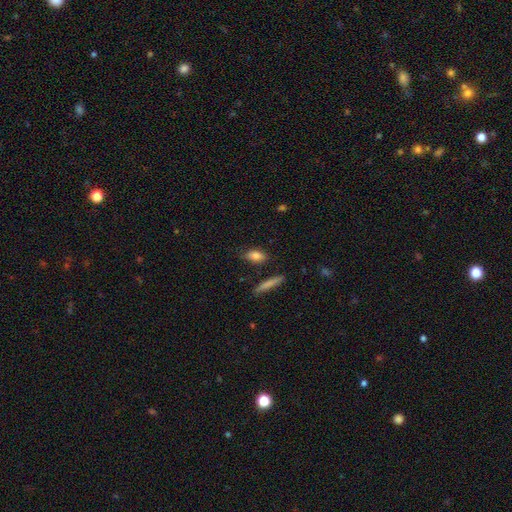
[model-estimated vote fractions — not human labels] This is clearly a smooth galaxy (81%). How rounded: likely in between (76%). Merging: likely none (80%).